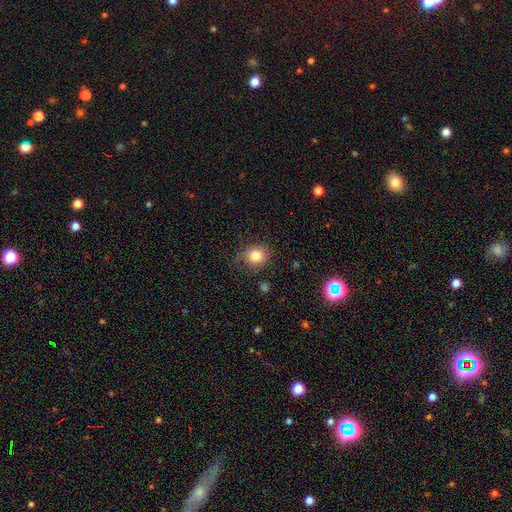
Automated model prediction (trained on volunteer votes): Morphology: type=smooth (81%); roundness=round (72%); merging=none (68%).